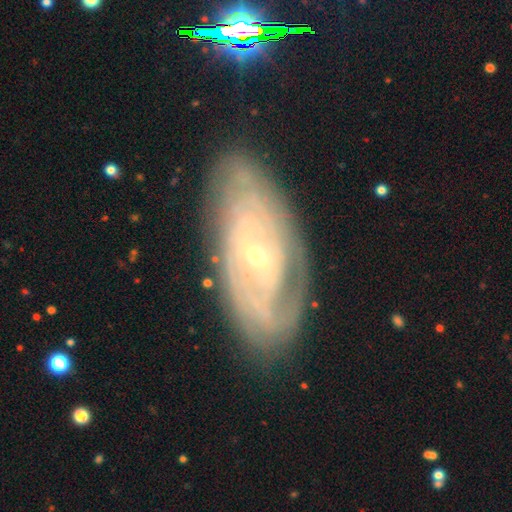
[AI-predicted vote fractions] Smooth or featured: featured or disk — 82% (smooth — 11%)
Edge-on disk: no — 91% (yes — 9%)
Bar: weak — 41% (no — 39%)
Spiral arms: yes — 88% (no — 12%)
Spiral winding: tight — 67% (medium — 25%)
Spiral arm count: can't tell — 48% (2 — 26%)
Bulge size: small — 80% (moderate — 17%)
Merging: none — 78% (minor disturbance — 16%)